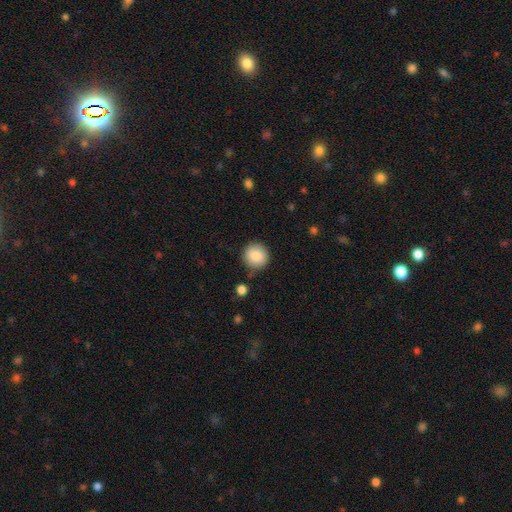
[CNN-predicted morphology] type=smooth (87%); roundness=round (93%); merging=none (87%).